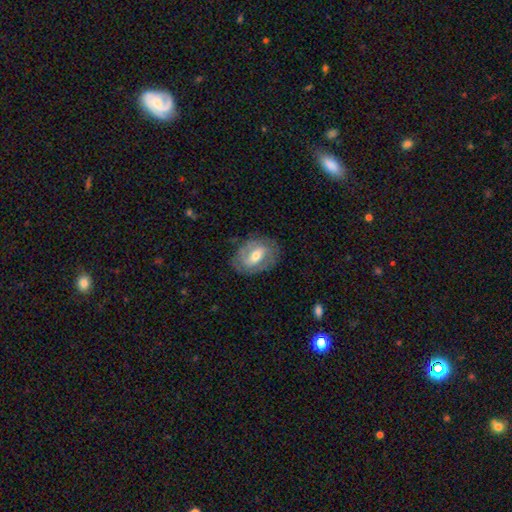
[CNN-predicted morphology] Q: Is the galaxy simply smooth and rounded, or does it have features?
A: featured or disk — 67%.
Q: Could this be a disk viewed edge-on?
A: no — 95%.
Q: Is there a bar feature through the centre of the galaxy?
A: weak — 44%.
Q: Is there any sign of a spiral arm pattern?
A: yes — 72%.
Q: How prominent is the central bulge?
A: moderate — 63%.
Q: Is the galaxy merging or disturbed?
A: none — 77%.